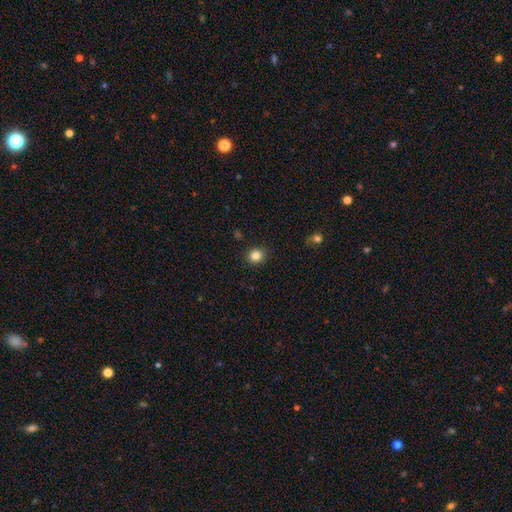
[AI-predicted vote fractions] Overall: smooth (84%). How rounded: round (84%). Merging: none (89%).